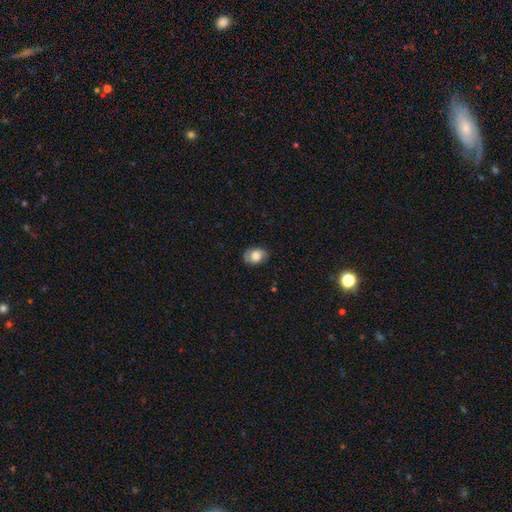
A smooth galaxy with no disk features (61%) that is in between round and cigar-shaped (61%).

Vote fractions:
- Smooth or featured? smooth: 61% / featured or disk: 29% / star or artifact: 11%
- How rounded? in between: 61% / round: 39% / cigar-shaped: 0%
- Merging? none: 88% / minor disturbance: 6% / major disturbance: 6% / merger: 0%